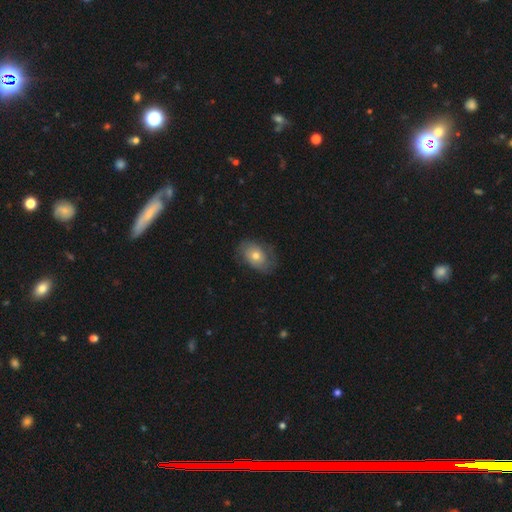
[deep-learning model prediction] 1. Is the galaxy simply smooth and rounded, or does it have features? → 60% smooth, 32% featured or disk, 8% star or artifact.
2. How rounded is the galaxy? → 80% in between, 18% round, 1% cigar-shaped.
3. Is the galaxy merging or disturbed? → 68% none, 23% minor disturbance, 8% major disturbance, 1% merger.